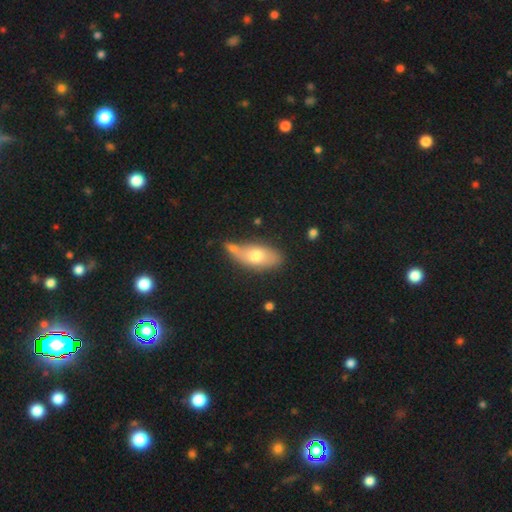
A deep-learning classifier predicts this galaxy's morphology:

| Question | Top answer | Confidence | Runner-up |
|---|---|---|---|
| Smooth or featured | smooth | 65% | featured or disk (28%) |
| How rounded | in between | 82% | cigar-shaped (12%) |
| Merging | none | 55% | minor disturbance (21%) |